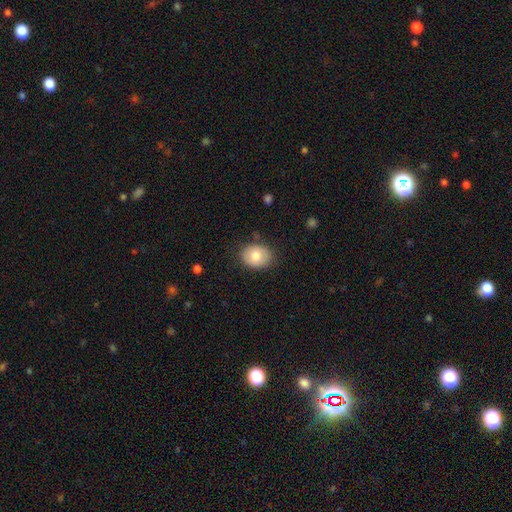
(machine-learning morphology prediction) Smooth or featured?
  - smooth: 77% *
  - featured or disk: 16%
  - star or artifact: 7%
How rounded?
  - in between: 59% *
  - round: 41%
  - cigar-shaped: 1%
Merging?
  - none: 82% *
  - minor disturbance: 13%
  - major disturbance: 3%
  - merger: 1%